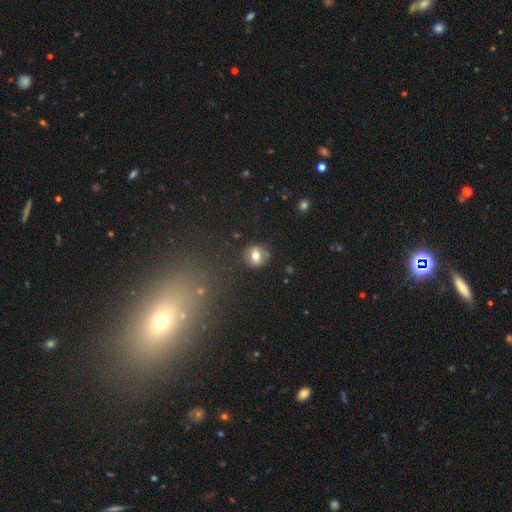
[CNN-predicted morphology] Smooth or featured? Predicted: smooth (p=0.69). How rounded? Predicted: round (p=0.76). Merging? Predicted: none (p=0.81).